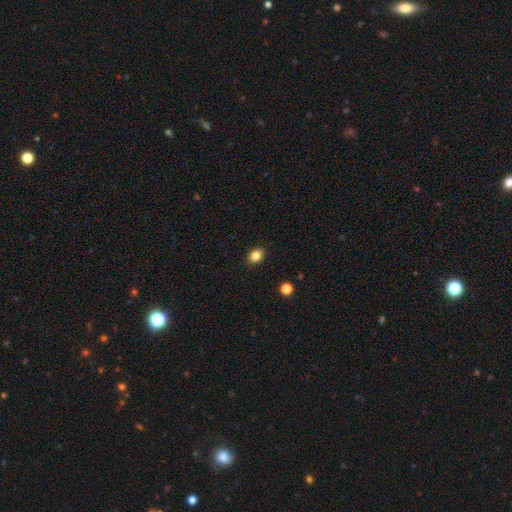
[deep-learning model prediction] Smooth or featured? smooth (85%)
How rounded? round (50%)
Merging? none (90%)